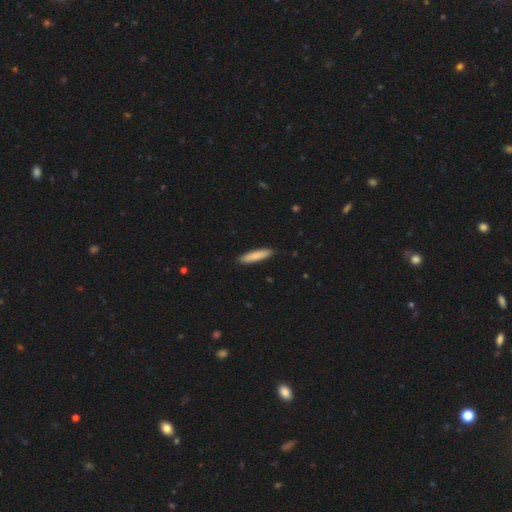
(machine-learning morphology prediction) A smooth galaxy with no disk features (85%) that is cigar-shaped (82%). Merging: none (91%).